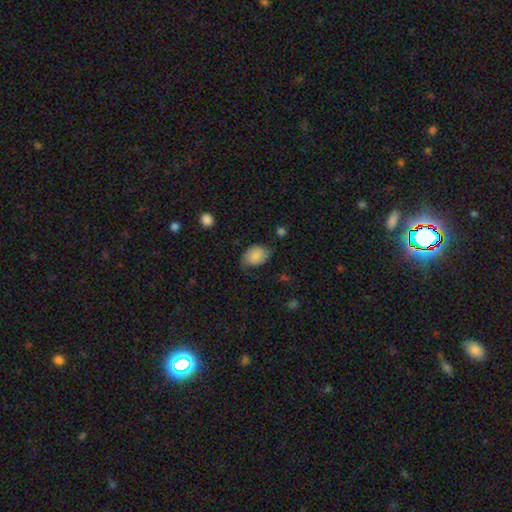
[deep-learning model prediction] Smooth or featured: smooth — 79% (featured or disk — 13%)
How rounded: in between — 79% (round — 20%)
Merging: none — 56% (minor disturbance — 32%)